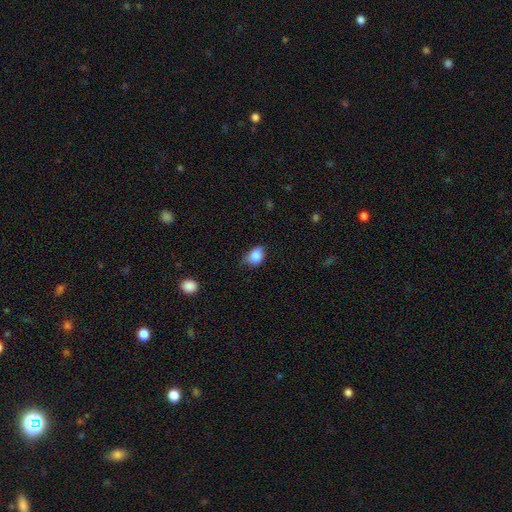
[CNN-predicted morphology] Smooth or featured: smooth — 86% (star or artifact — 8%)
How rounded: in between — 65% (round — 34%)
Merging: none — 52% (minor disturbance — 39%)